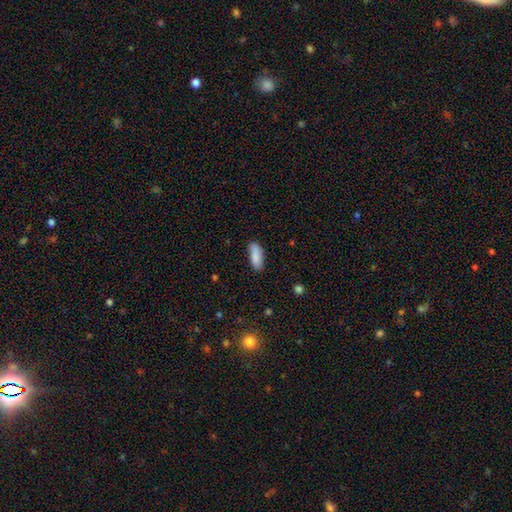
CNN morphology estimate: Smooth or featured: smooth — 88% (star or artifact — 6%)
How rounded: in between — 71% (cigar-shaped — 27%)
Merging: none — 83% (minor disturbance — 13%)